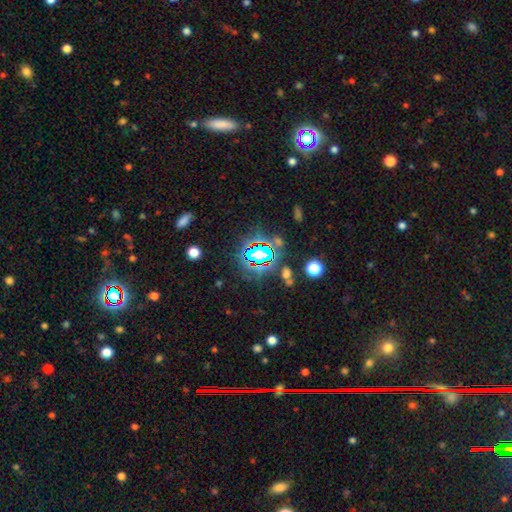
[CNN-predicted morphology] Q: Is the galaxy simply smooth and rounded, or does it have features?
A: star or artifact — 64%.